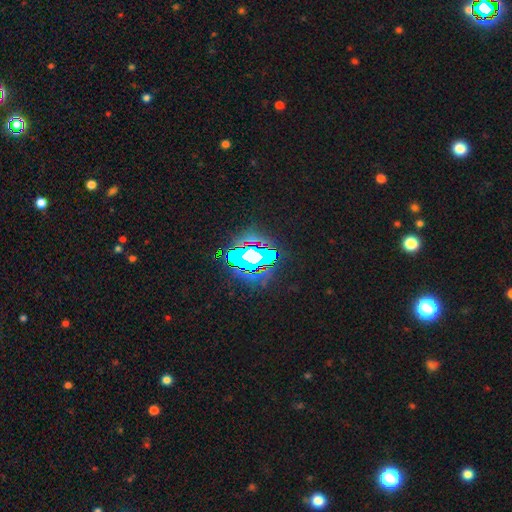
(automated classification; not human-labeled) The model was most divided on "smooth or featured": star or artifact: 71%, featured or disk: 16%, smooth: 12%.